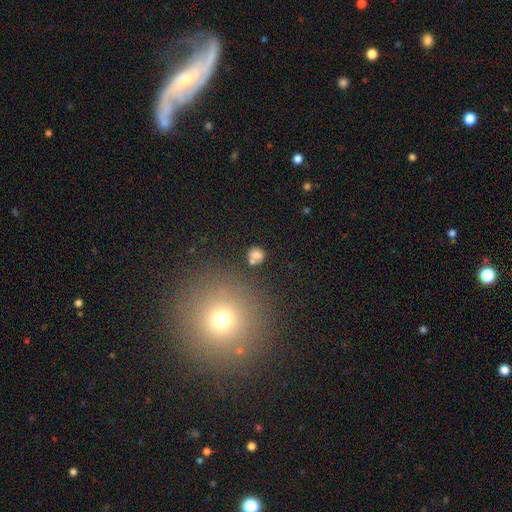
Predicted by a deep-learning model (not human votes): Overall: smooth (73%). How rounded: round (82%). Merging: none (65%).